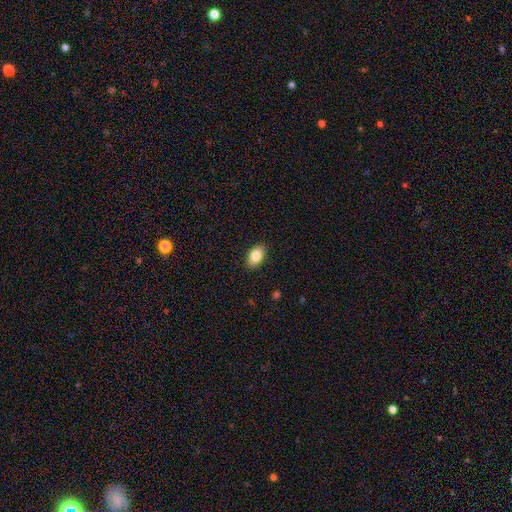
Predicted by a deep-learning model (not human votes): Smooth or featured? smooth (83%)
How rounded? in between (90%)
Merging? none (89%)